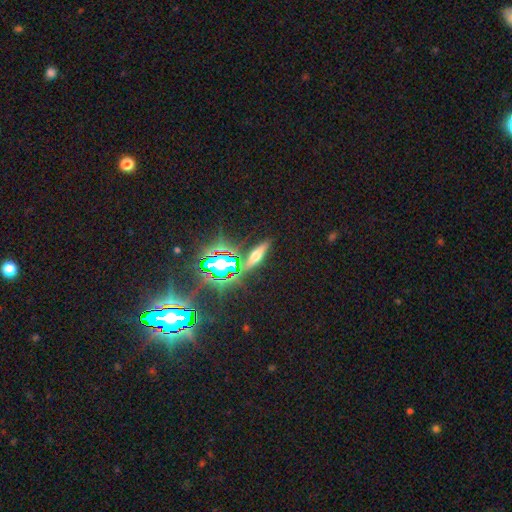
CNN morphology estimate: Smooth or featured?
  - smooth: 36% *
  - star or artifact: 33%
  - featured or disk: 32%
Merging?
  - none: 82% *
  - minor disturbance: 9%
  - merger: 5%
  - major disturbance: 3%